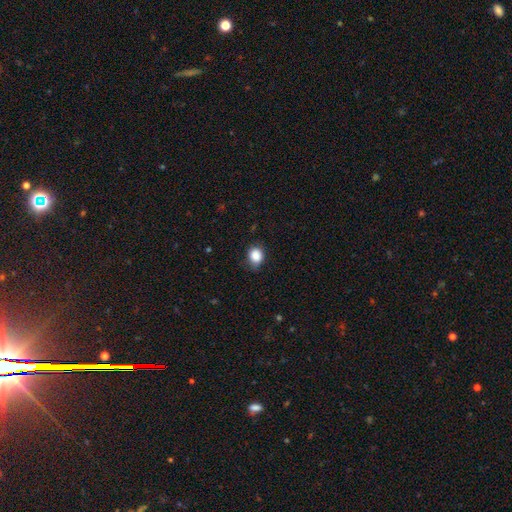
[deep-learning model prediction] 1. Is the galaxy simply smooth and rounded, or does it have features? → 87% smooth, 9% star or artifact, 4% featured or disk.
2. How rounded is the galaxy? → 58% round, 41% in between, 1% cigar-shaped.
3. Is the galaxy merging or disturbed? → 70% none, 24% minor disturbance, 5% major disturbance, 1% merger.